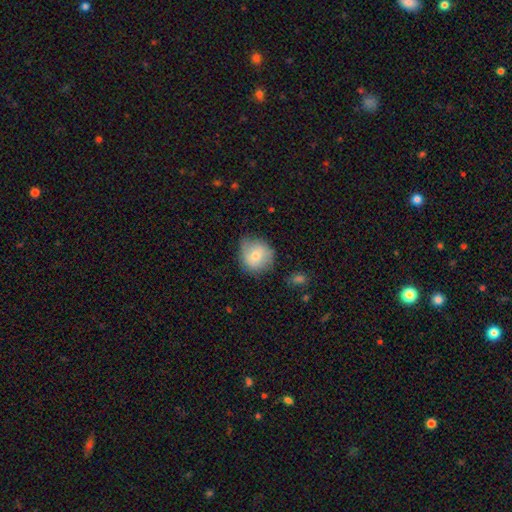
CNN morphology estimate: The model was most divided on "merging": none: 65%, minor disturbance: 27%, major disturbance: 6%, merger: 2%. More confident: how rounded — round (85%); smooth or featured — smooth (70%).